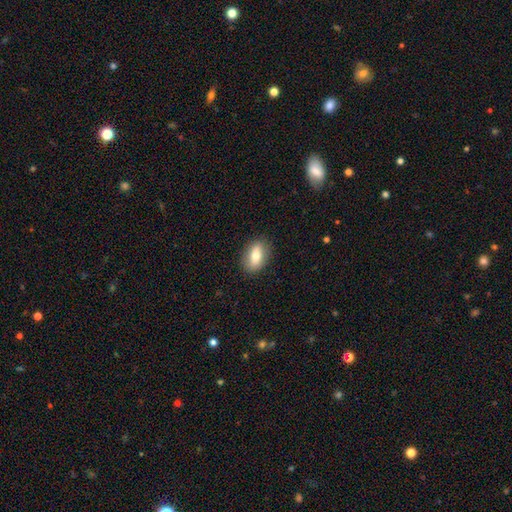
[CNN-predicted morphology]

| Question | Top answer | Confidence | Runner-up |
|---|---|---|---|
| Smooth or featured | smooth | 71% | featured or disk (21%) |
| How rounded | in between | 83% | round (13%) |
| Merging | none | 86% | minor disturbance (10%) |